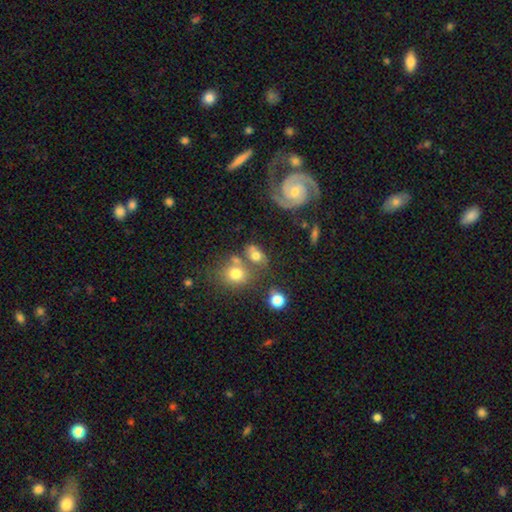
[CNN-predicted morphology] Smooth or featured? smooth (61%)
How rounded? in between (52%)
Merging? none (44%)